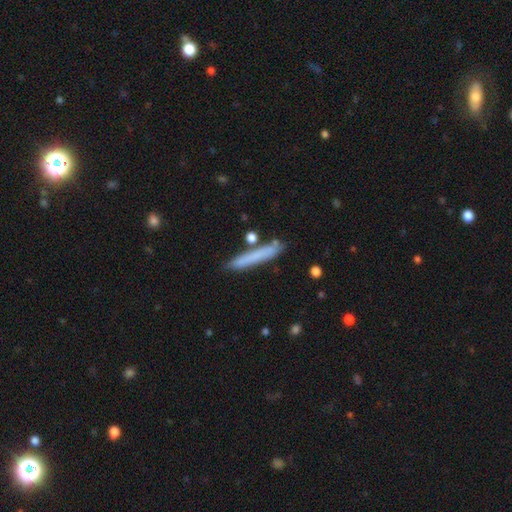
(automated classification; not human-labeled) Smooth or featured? smooth (71%)
How rounded? cigar-shaped (94%)
Merging? none (80%)